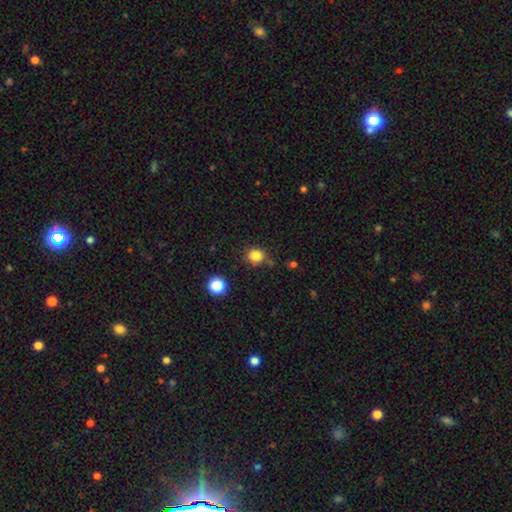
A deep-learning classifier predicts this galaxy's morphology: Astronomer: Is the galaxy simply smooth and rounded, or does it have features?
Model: smooth — 83%.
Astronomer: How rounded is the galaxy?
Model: round — 86%.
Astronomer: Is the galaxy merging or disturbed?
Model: none — 79%.